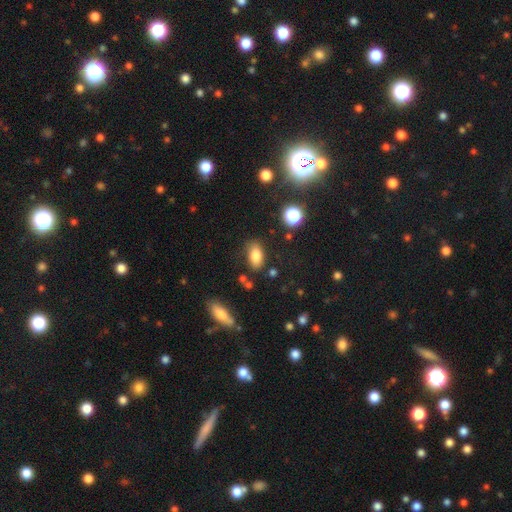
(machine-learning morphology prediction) The model was most divided on "merging": none: 78%, minor disturbance: 14%, merger: 4%, major disturbance: 4%. More confident: how rounded — in between (90%); smooth or featured — smooth (82%).